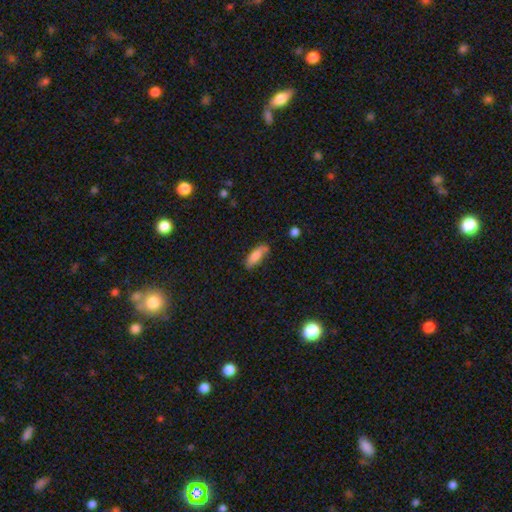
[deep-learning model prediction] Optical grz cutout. It shows a smooth galaxy with no disk features (82%) that is in between round and cigar-shaped (63%). Merging: none (65%).